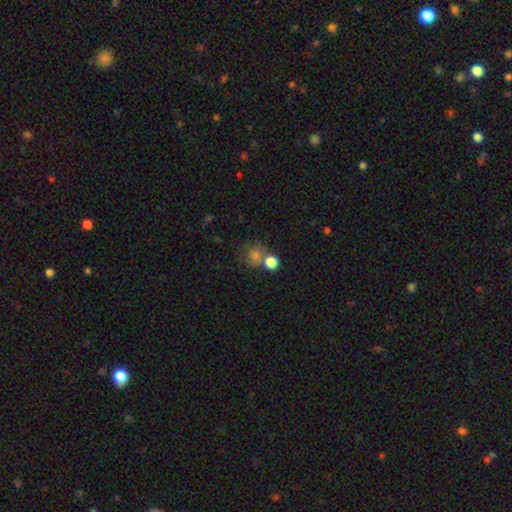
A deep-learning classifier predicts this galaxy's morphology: Overall: smooth (68%). How rounded: round (83%). Merging: none (55%; merger 26%).